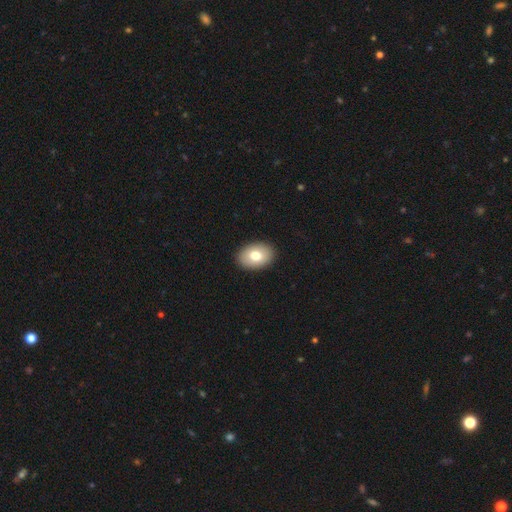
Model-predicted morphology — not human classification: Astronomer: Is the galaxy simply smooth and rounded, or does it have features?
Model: smooth — 77%.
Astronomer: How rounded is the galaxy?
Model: in between — 83%.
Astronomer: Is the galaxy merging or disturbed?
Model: none — 91%.